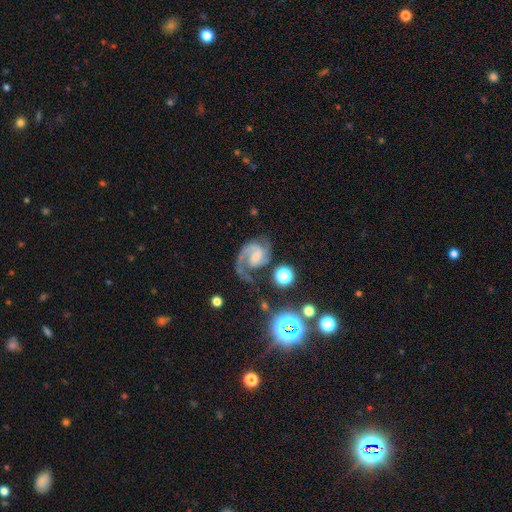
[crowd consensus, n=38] A featured or disk galaxy (87%) with a weak bar (50%), 2 (58%) medium (45%) spiral arms (97%) and a moderate central bulge (31%).

Vote fractions:
- Smooth or featured? featured or disk: 87% / smooth: 8% / star or artifact: 5%
- Edge-on disk? no: 97% / yes: 3%
- Bar? weak: 50% / no: 28% / strong: 22%
- Spiral arms? yes: 97% / no: 3%
- Spiral winding? medium: 45% / tight: 32% / loose: 23%
- Spiral arm count? 2: 58% / 1: 42% / 3: 0% / 4: 0% / more than 4: 0% / can't tell: 0%
- Bulge size? moderate: 31% / small: 28% / none: 28% / large: 9% / dominant: 3%
- Merging? none: 36% / major disturbance: 31% / minor disturbance: 25% / merger: 8%